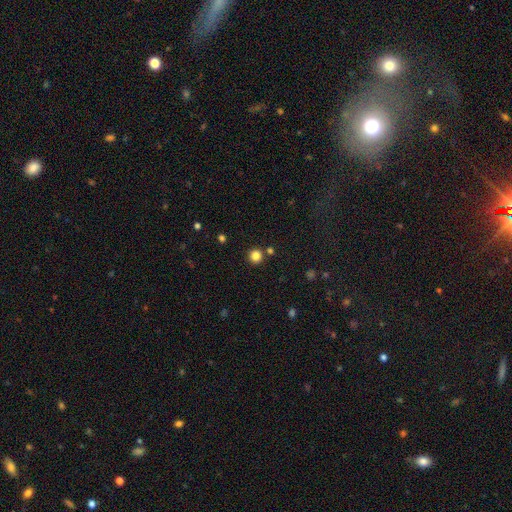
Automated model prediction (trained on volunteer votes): Overall: smooth (83%). How rounded: round (95%). Merging: none (87%).